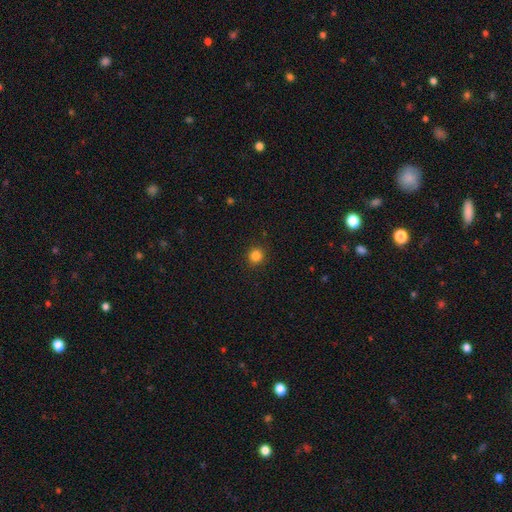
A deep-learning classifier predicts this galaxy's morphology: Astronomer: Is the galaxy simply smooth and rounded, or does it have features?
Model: smooth — 84%.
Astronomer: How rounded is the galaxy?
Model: round — 93%.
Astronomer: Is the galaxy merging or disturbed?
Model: none — 91%.